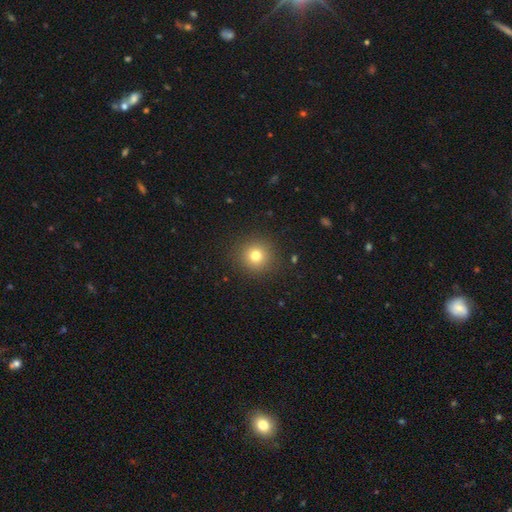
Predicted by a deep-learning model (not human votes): smooth 78%, star or artifact 15%, featured or disk 8%. Down the decision tree: how rounded — round (94%); merging — none (90%).